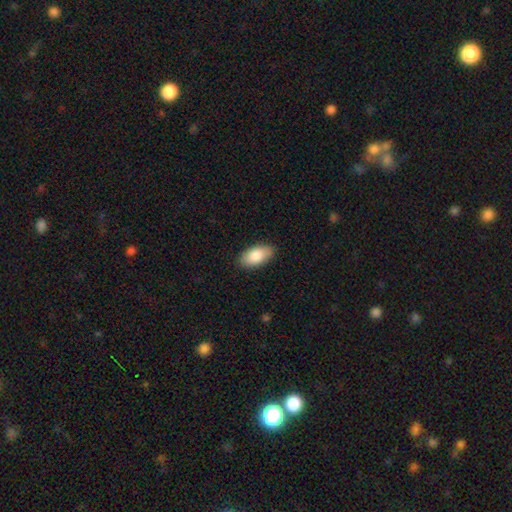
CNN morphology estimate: A smooth galaxy with no disk features (85%) that is in between round and cigar-shaped (94%). Merging: none (88%).